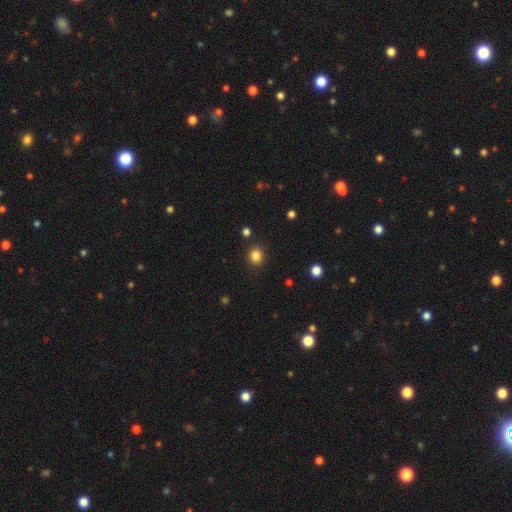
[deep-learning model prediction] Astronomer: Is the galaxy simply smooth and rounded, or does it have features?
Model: smooth — 84%.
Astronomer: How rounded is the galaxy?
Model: round — 82%.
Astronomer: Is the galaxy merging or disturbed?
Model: none — 89%.